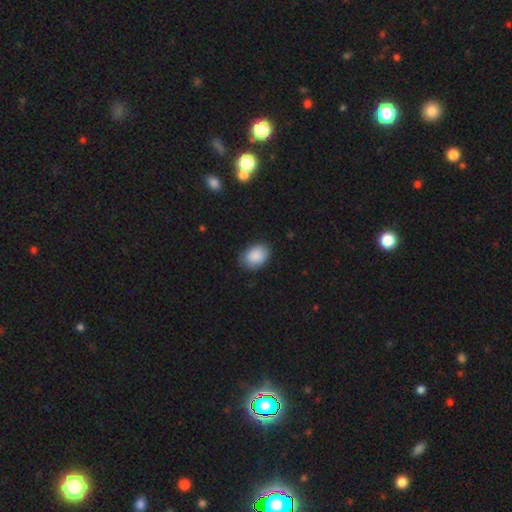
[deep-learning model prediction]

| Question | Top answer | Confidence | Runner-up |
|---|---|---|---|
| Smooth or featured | smooth | 89% | star or artifact (7%) |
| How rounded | in between | 77% | round (22%) |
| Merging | none | 81% | minor disturbance (15%) |